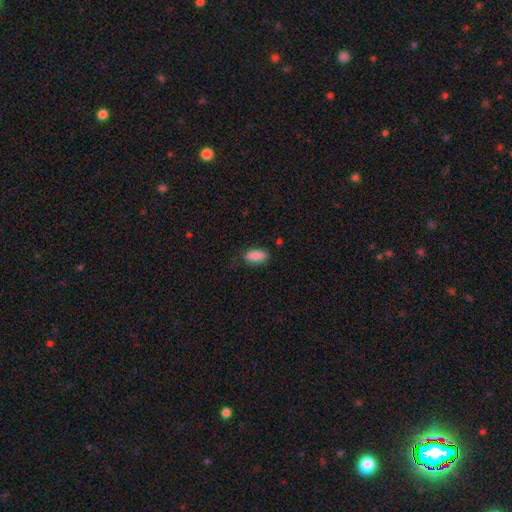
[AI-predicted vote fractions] Smooth or featured? smooth (88%)
How rounded? in between (90%)
Merging? none (77%)